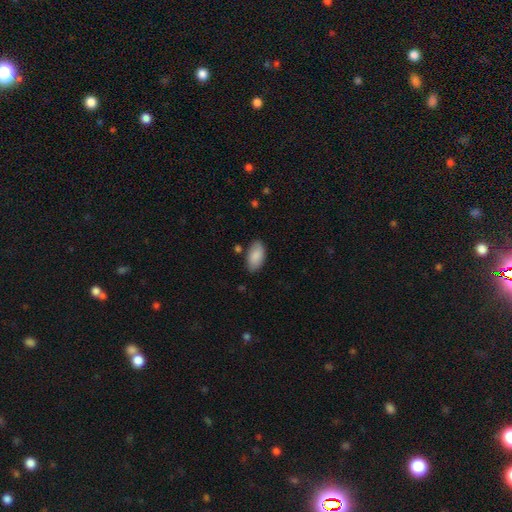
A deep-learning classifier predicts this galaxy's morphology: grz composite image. It shows a smooth galaxy with no disk features (88%) that is in between round and cigar-shaped (94%). Merging: none (81%).